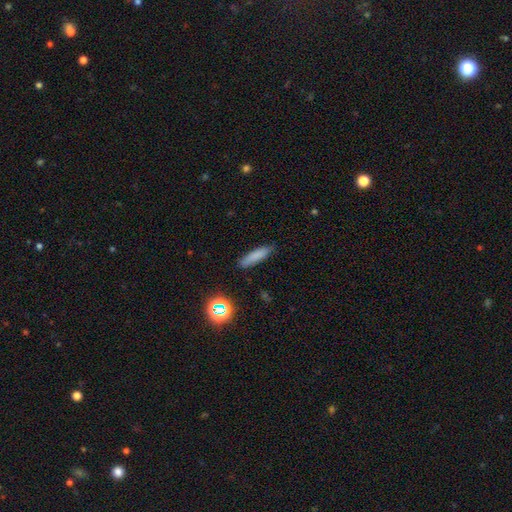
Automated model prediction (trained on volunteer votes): Smooth or featured?
  - smooth: 79% *
  - star or artifact: 11%
  - featured or disk: 10%
How rounded?
  - cigar-shaped: 79% *
  - in between: 19%
  - round: 2%
Merging?
  - none: 85% *
  - minor disturbance: 11%
  - major disturbance: 2%
  - merger: 2%